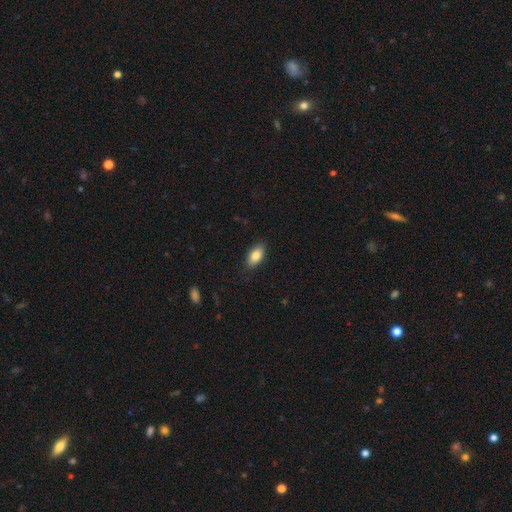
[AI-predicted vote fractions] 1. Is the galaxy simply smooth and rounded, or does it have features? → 83% smooth, 10% featured or disk, 7% star or artifact.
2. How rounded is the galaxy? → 90% in between, 6% cigar-shaped, 4% round.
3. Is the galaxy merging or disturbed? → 86% none, 11% minor disturbance, 2% major disturbance, 1% merger.